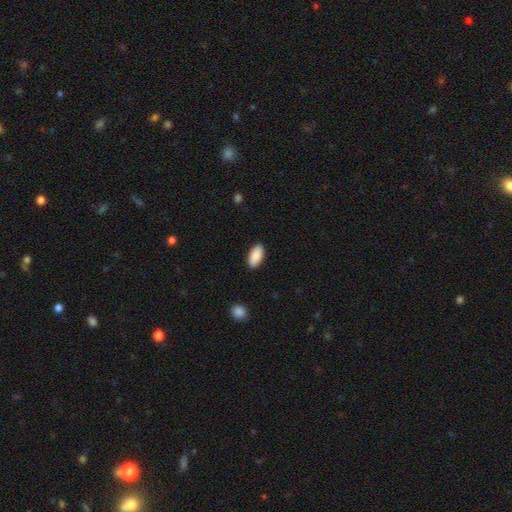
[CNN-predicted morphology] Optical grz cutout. It shows a smooth galaxy with no disk features (90%) that is in between round and cigar-shaped (93%). Merging: none (89%).